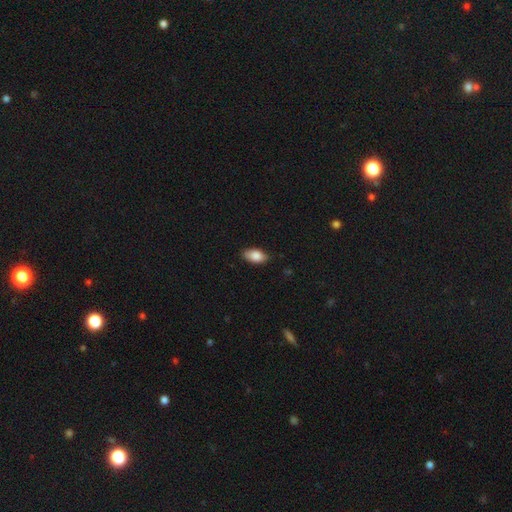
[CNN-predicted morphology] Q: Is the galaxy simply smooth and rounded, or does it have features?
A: smooth — 85%.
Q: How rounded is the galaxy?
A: in between — 92%.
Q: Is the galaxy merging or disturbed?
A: none — 84%.